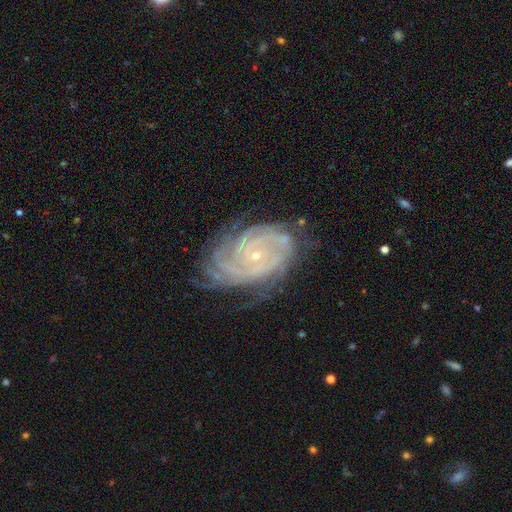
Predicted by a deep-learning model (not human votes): A featured or disk galaxy (89%) with no bar (74%), 4 (26%) tight (80%) spiral arms (98%) and a small central bulge (85%).

Vote fractions:
- Smooth or featured? featured or disk: 89% / star or artifact: 7% / smooth: 4%
- Edge-on disk? no: 97% / yes: 3%
- Bar? no: 74% / weak: 19% / strong: 7%
- Spiral arms? yes: 98% / no: 2%
- Spiral winding? tight: 80% / medium: 17% / loose: 3%
- Spiral arm count? 4: 26% / can't tell: 20% / more than 4: 18% / 3: 16% / 2: 12% / 1: 7%
- Bulge size? small: 85% / moderate: 11% / none: 2% / large: 1% / dominant: 1%
- Merging? none: 70% / minor disturbance: 20% / major disturbance: 8% / merger: 2%